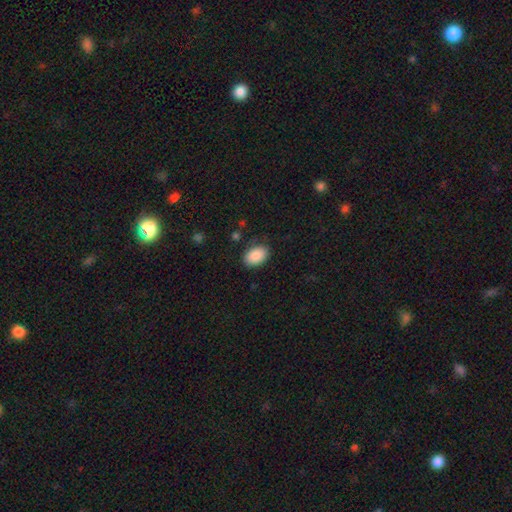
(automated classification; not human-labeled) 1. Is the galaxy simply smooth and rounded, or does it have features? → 89% smooth, 7% star or artifact, 4% featured or disk.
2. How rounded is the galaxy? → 89% in between, 10% round, 1% cigar-shaped.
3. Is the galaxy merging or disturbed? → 83% none, 12% minor disturbance, 3% major disturbance, 1% merger.